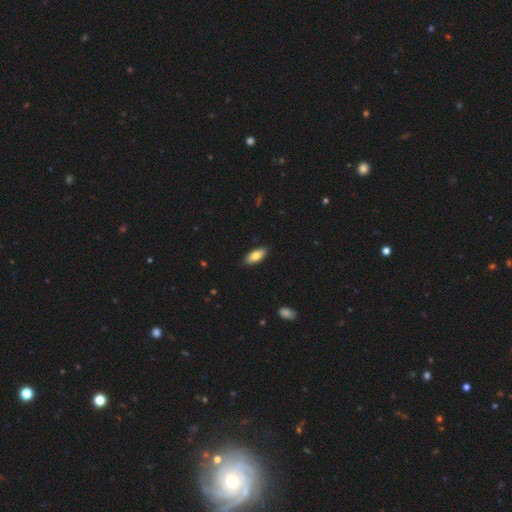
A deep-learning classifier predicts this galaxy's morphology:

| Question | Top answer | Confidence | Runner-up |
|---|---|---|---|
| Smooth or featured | smooth | 78% | featured or disk (16%) |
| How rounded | in between | 85% | cigar-shaped (13%) |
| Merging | none | 88% | minor disturbance (9%) |